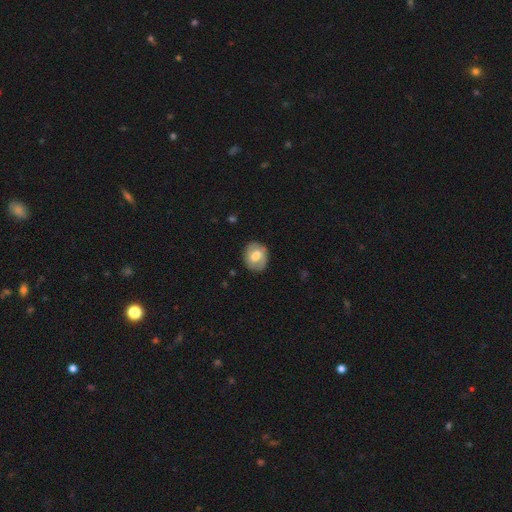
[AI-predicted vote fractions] Smooth or featured? smooth (52%)
How rounded? in between (50%)
Merging? none (81%)